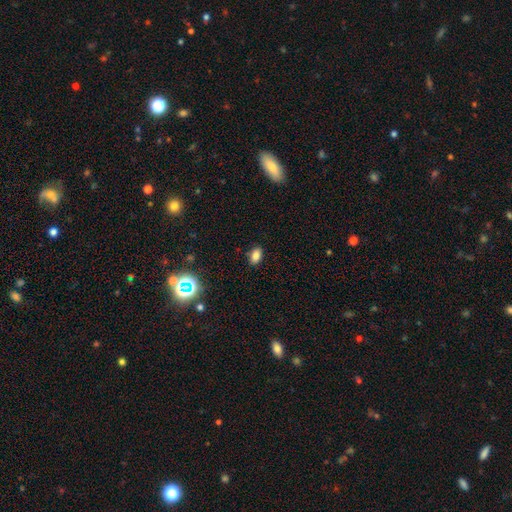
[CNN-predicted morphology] Overall: smooth (81%). How rounded: in between (88%). Merging: none (87%).